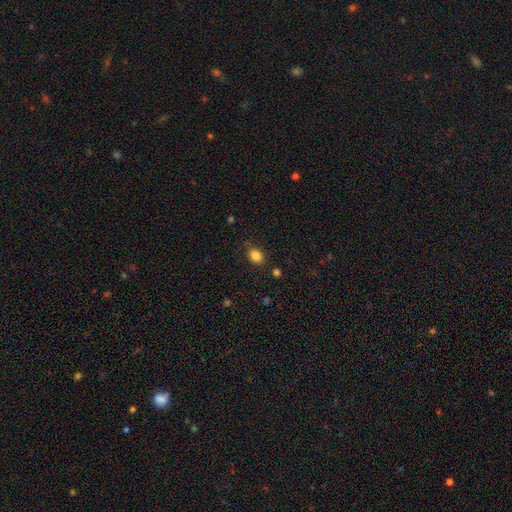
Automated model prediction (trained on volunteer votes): smooth-or-featured: smooth: 85% | star or artifact: 11% | featured or disk: 5%
  how-rounded: in between: 63% | round: 36% | cigar-shaped: 1%
  merging: none: 80% | minor disturbance: 14% | major disturbance: 3% | merger: 2%